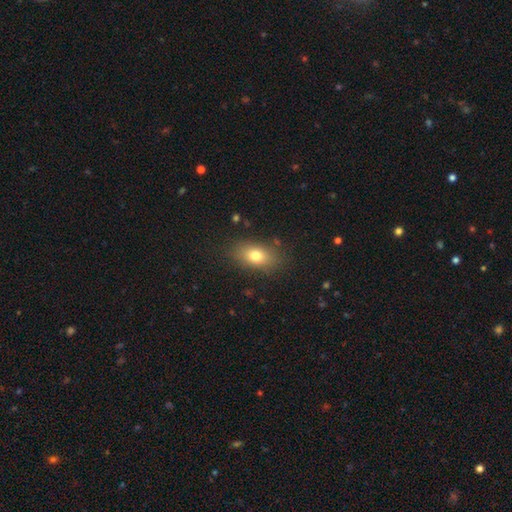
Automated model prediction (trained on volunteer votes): A smooth galaxy with no disk features (76%) that is in between round and cigar-shaped (82%). Merging: none (83%).